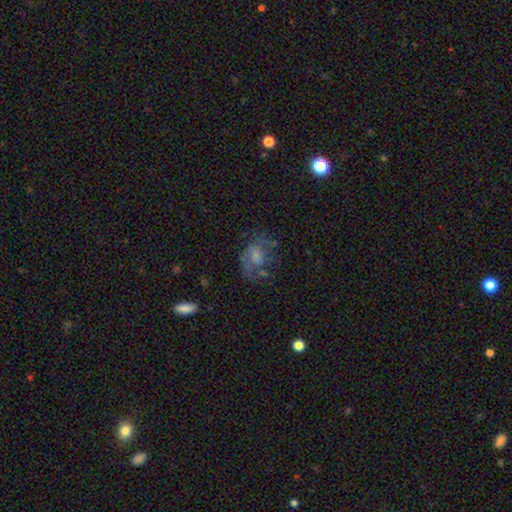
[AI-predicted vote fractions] smooth_or_featured: featured or disk (p=0.56) [alt: smooth p=0.28]
disk_edge_on: no (p=0.96) [alt: yes p=0.04]
bar: no (p=0.59) [alt: weak p=0.34]
has_spiral_arms: yes (p=0.67) [alt: no p=0.33]
bulge_size: small (p=0.40) [alt: moderate p=0.32]
merging: none (p=0.52) [alt: major disturbance p=0.24]